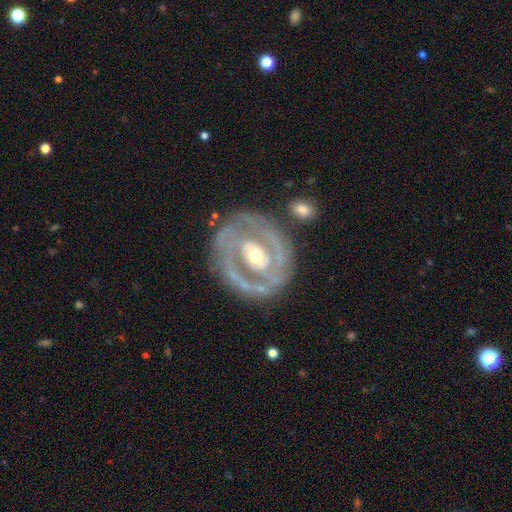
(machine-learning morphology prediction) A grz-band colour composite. It shows a featured or disk galaxy (85%) with no bar (53%), 2 (47%) tight (62%) spiral arms (77%) and a moderate central bulge (71%). Merging: none (72%).